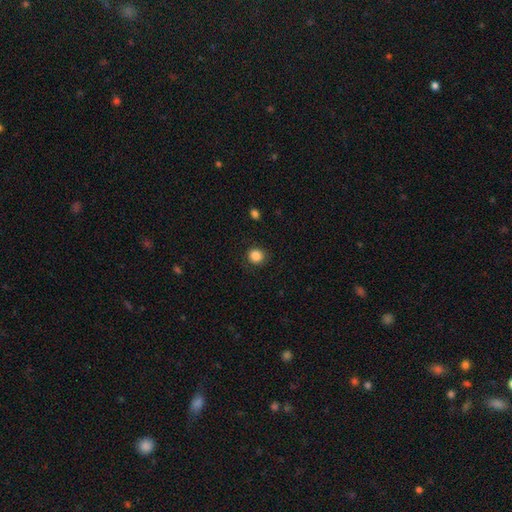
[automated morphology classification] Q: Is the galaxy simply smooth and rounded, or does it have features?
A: smooth — 86%.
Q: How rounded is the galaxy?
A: round — 90%.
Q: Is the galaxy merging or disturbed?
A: none — 87%.